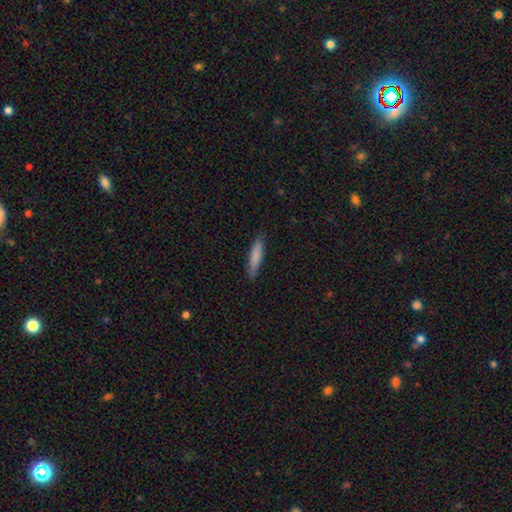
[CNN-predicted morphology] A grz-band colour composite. It shows a smooth galaxy with no disk features (82%) that is cigar-shaped (83%). Merging: none (85%).